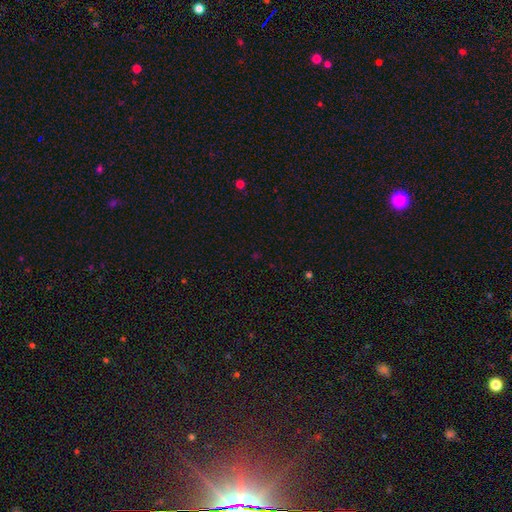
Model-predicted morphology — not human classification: Smooth or featured? star or artifact (65%)